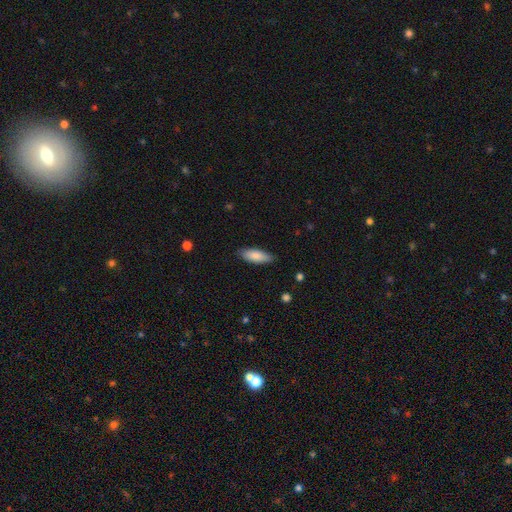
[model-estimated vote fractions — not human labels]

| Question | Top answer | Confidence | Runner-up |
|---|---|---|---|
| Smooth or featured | smooth | 85% | featured or disk (9%) |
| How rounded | in between | 68% | cigar-shaped (31%) |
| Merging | none | 85% | minor disturbance (12%) |